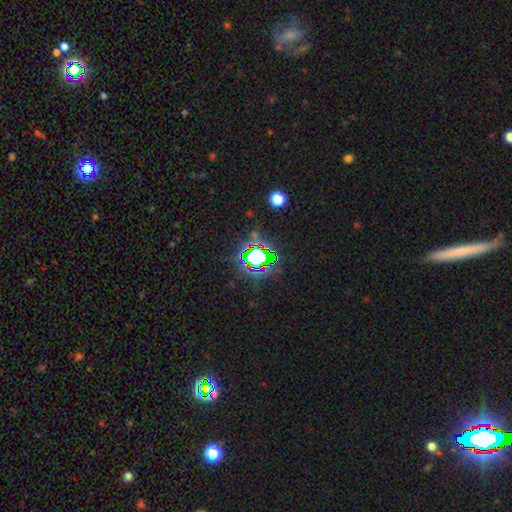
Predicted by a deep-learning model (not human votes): Smooth or featured: star or artifact — 73% (smooth — 16%)